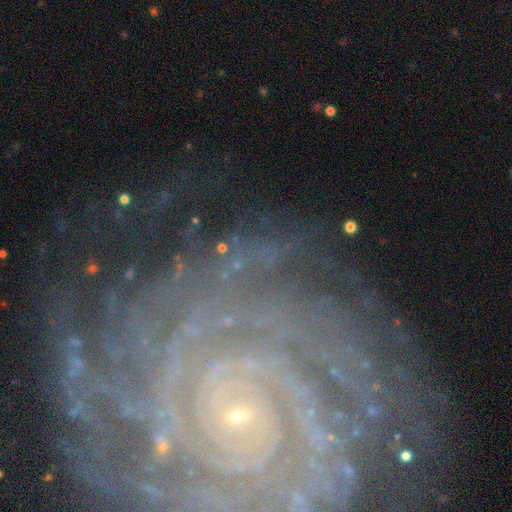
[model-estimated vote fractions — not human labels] The model was most divided on "spiral arm count": can't tell: 22%, more than 4: 21%, 4: 16%, 2: 15%, 3: 15%, 1: 11%. More confident: spiral arms — yes (97%); edge-on disk — no (97%); spiral winding — tight (84%); smooth or featured — featured or disk (81%); bulge size — small (79%); merging — none (77%); bar — no (55%).